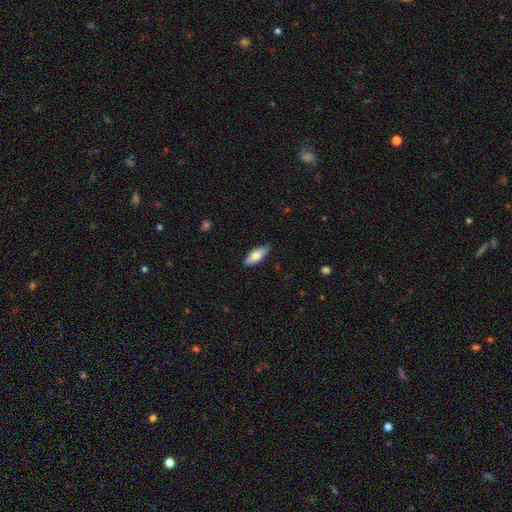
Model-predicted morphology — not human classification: A smooth galaxy with no disk features (75%) that is in between round and cigar-shaped (71%).

Vote fractions:
- Smooth or featured? smooth: 75% / featured or disk: 19% / star or artifact: 6%
- How rounded? in between: 71% / cigar-shaped: 27% / round: 2%
- Merging? none: 84% / minor disturbance: 13% / major disturbance: 2% / merger: 1%